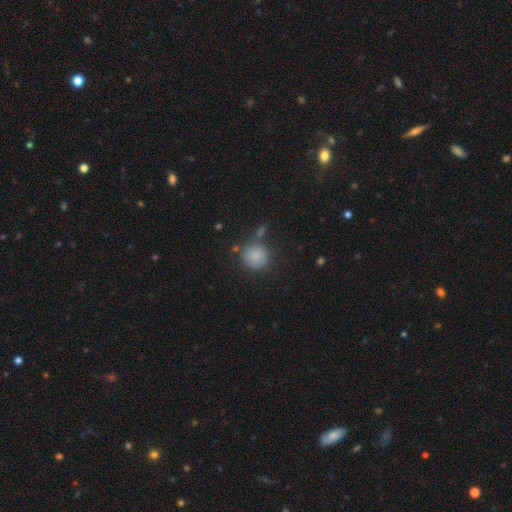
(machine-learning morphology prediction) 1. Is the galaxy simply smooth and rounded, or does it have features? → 85% smooth, 9% star or artifact, 6% featured or disk.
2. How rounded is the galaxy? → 91% round, 8% in between, 1% cigar-shaped.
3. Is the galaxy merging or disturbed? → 70% none, 14% minor disturbance, 11% merger, 5% major disturbance.